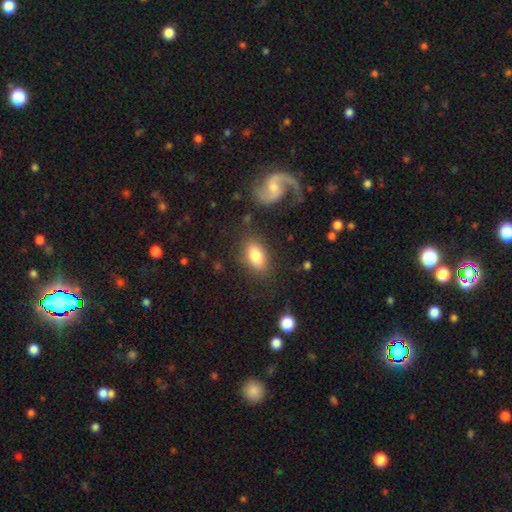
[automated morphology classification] The model was most divided on "merging": none: 80%, minor disturbance: 12%, major disturbance: 5%, merger: 3%. More confident: how rounded — in between (90%); smooth or featured — smooth (81%).